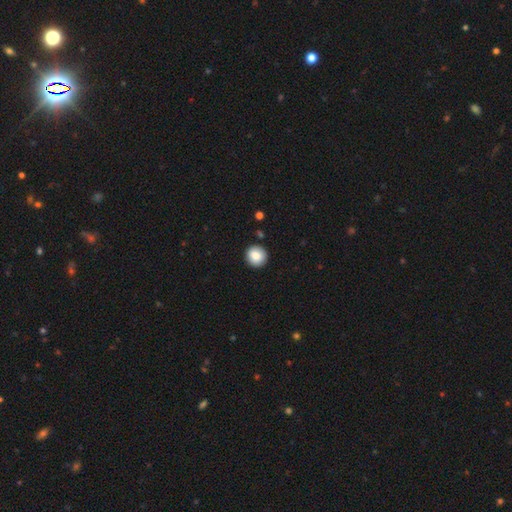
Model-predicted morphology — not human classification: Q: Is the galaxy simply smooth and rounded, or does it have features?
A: smooth — 85%.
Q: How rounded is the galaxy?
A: round — 94%.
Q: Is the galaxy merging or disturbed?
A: none — 91%.